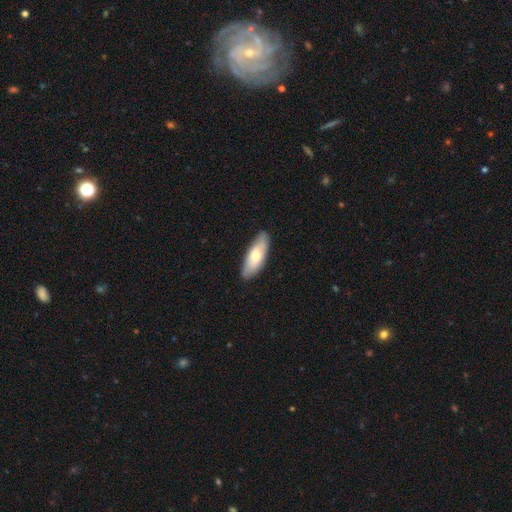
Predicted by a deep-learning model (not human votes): Q: Smooth or featured?
A: smooth (66%); runner-up: featured or disk (29%)
Q: How rounded?
A: in between (67%); runner-up: cigar-shaped (31%)
Q: Merging?
A: none (86%); runner-up: minor disturbance (11%)